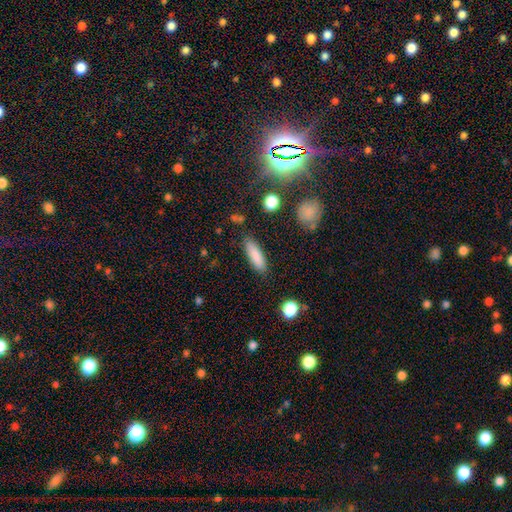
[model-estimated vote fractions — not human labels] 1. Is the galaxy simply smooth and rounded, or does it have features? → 85% smooth, 8% featured or disk, 7% star or artifact.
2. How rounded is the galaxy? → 57% cigar-shaped, 41% in between, 2% round.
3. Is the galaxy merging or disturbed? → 86% none, 10% minor disturbance, 3% major disturbance, 2% merger.